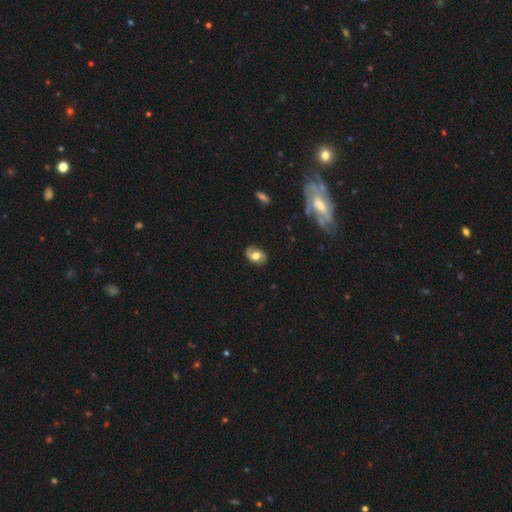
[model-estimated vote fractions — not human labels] Smooth or featured? Predicted: featured or disk (p=0.54). Edge-on disk? Predicted: no (p=0.95). Bar? Predicted: no (p=0.59). Spiral arms? Predicted: yes (p=0.78). Bulge size? Predicted: moderate (p=0.53). Merging? Predicted: none (p=0.80).